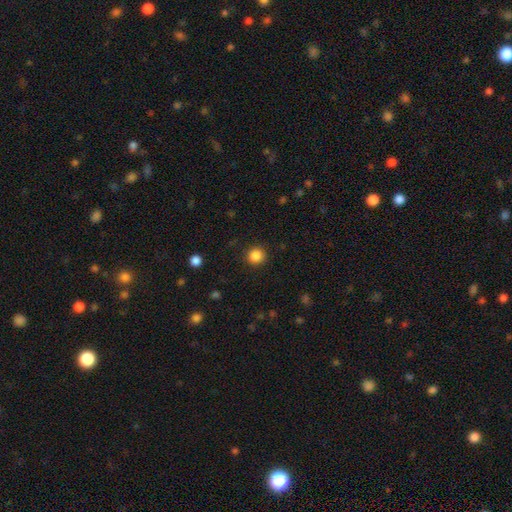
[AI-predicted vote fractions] smooth-or-featured: smooth: 86% | star or artifact: 11% | featured or disk: 3%
  how-rounded: round: 93% | in between: 6% | cigar-shaped: 1%
  merging: none: 91% | minor disturbance: 6% | major disturbance: 2% | merger: 1%